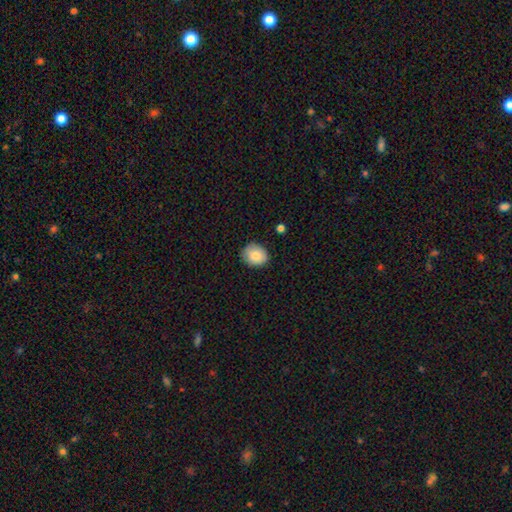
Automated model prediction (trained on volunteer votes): Smooth or featured? Predicted: smooth (p=0.84). How rounded? Predicted: round (p=0.61). Merging? Predicted: none (p=0.84).